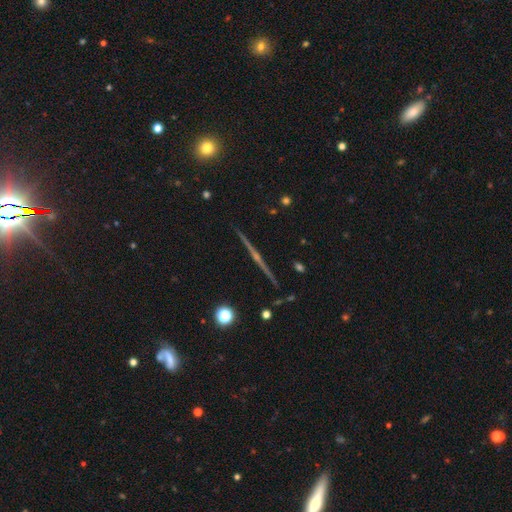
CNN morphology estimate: smooth-or-featured: featured or disk: 85% | star or artifact: 7% | smooth: 7%
  disk-edge-on: yes: 99% | no: 1%
    edge-on-bulge: rounded: 81% | none: 13% | boxy: 7%
  merging: none: 93% | minor disturbance: 4% | merger: 1% | major disturbance: 1%